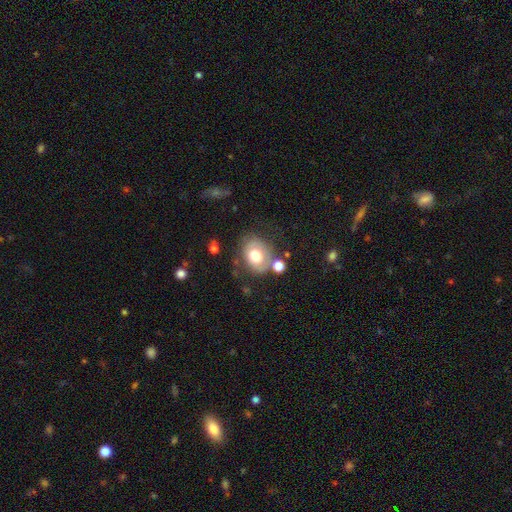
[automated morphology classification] smooth-or-featured: smooth: 57% | featured or disk: 35% | star or artifact: 9%
  how-rounded: in between: 59% | round: 40% | cigar-shaped: 1%
  merging: none: 55% | minor disturbance: 24% | major disturbance: 13% | merger: 9%